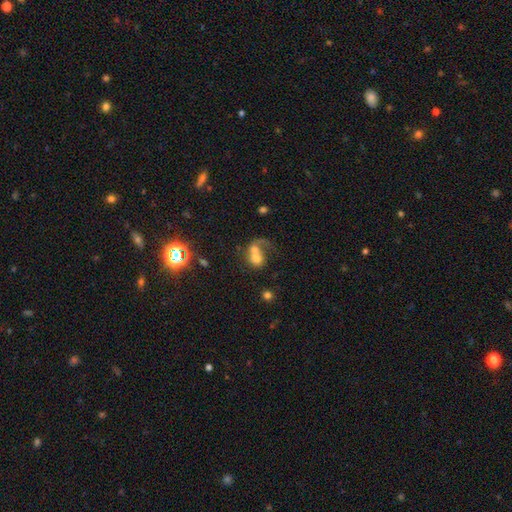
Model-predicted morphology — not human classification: Smooth or featured?
  - smooth: 52% *
  - featured or disk: 35%
  - star or artifact: 13%
How rounded?
  - round: 58% *
  - in between: 40%
  - cigar-shaped: 2%
Merging?
  - merger: 68% *
  - none: 14%
  - major disturbance: 13%
  - minor disturbance: 6%